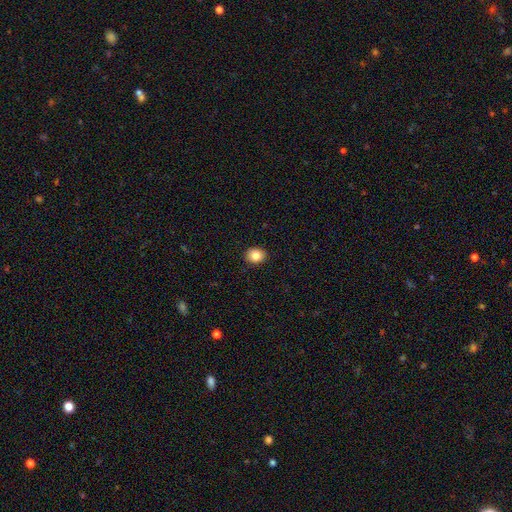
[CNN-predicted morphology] The model was most divided on "how rounded": round: 60%, in between: 39%, cigar-shaped: 1%. More confident: merging — none (91%); smooth or featured — smooth (83%).